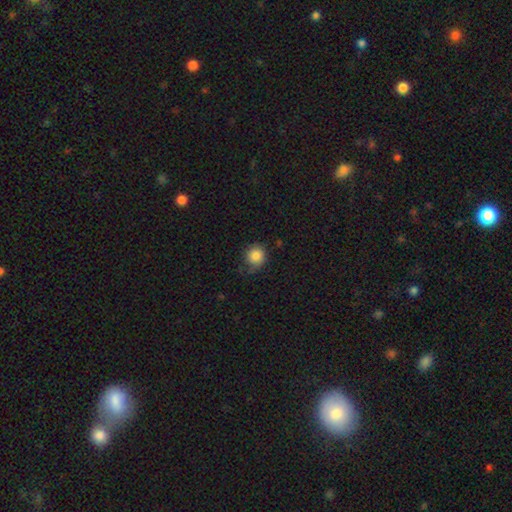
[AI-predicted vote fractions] smooth-or-featured: smooth: 85% | star or artifact: 9% | featured or disk: 6%
  how-rounded: round: 87% | in between: 12% | cigar-shaped: 1%
  merging: none: 65% | minor disturbance: 26% | major disturbance: 7% | merger: 2%